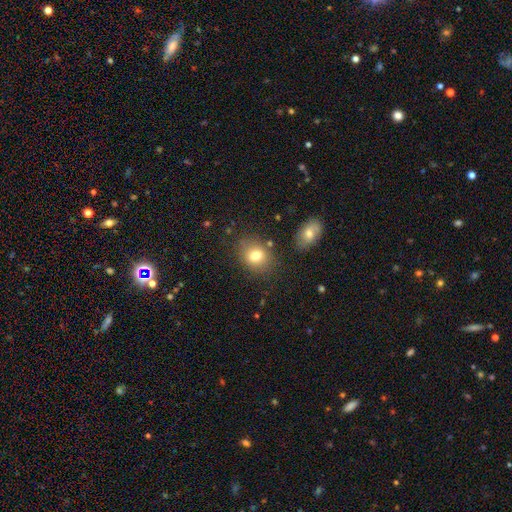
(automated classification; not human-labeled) smooth 78%, featured or disk 11%, star or artifact 11%. Down the decision tree: how rounded — round (50%); merging — none (77%).